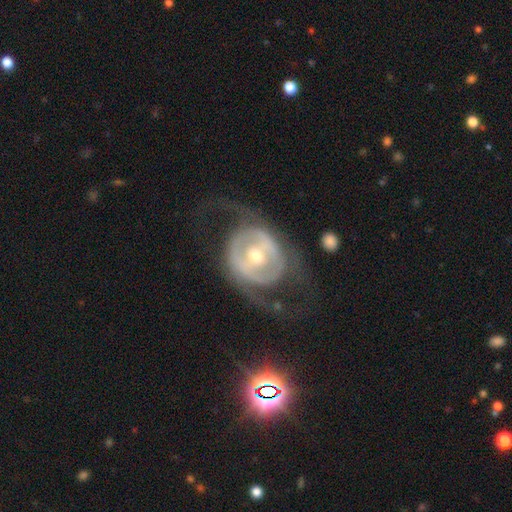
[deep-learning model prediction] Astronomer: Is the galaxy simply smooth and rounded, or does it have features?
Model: featured or disk — 78%.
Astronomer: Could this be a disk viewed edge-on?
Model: no — 95%.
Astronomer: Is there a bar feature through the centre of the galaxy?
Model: strong — 35% (runner-up: weak, 34%).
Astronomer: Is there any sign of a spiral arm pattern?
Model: yes — 52% (runner-up: no, 48%).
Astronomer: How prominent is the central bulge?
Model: moderate — 58% (runner-up: small, 36%).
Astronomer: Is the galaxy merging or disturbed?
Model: none — 54%.